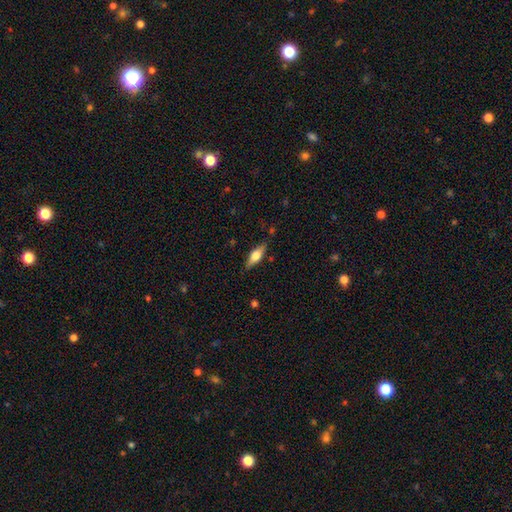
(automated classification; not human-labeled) Overall: smooth (50%; featured or disk 43%). Merging: none (83%).